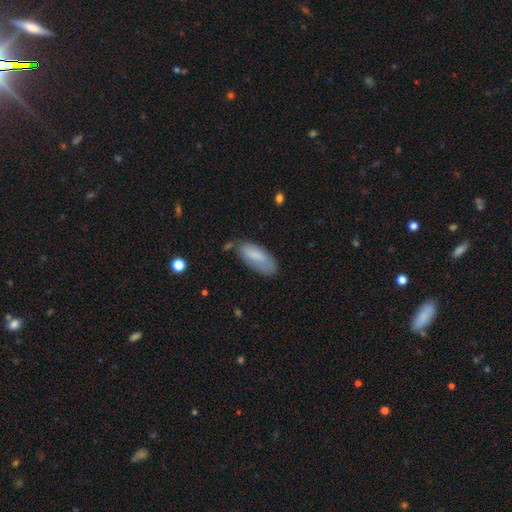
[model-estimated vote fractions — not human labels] A smooth galaxy with no disk features (78%) that is in between round and cigar-shaped (82%).

Vote fractions:
- Smooth or featured? smooth: 78% / featured or disk: 15% / star or artifact: 6%
- How rounded? in between: 82% / cigar-shaped: 16% / round: 2%
- Merging? none: 60% / minor disturbance: 29% / major disturbance: 7% / merger: 4%